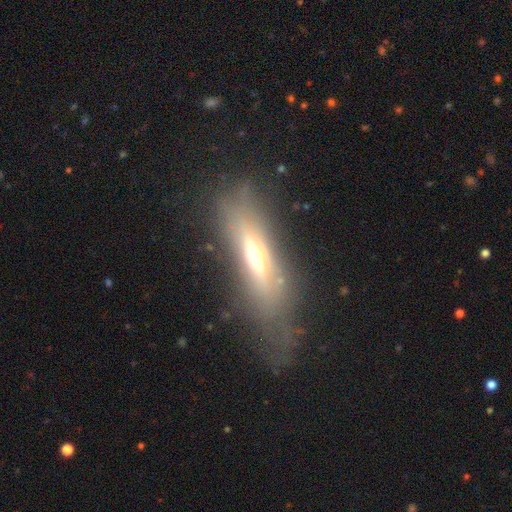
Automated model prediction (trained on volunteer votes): This is possibly a featured or disk galaxy (52%). It is likely viewed edge-on (64%). Merging: possibly none (52%).